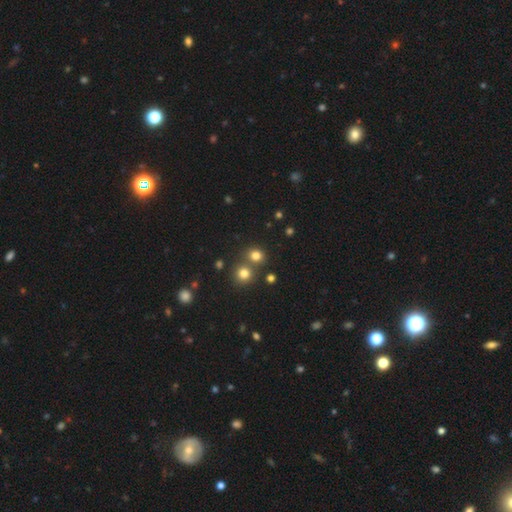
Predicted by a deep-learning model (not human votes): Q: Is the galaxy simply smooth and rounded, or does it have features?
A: smooth — 76%.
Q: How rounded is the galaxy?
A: round — 82%.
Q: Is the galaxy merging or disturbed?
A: none — 65%.